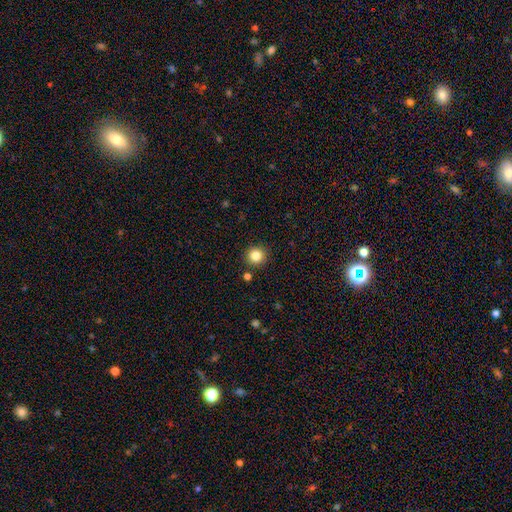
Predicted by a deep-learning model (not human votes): A smooth galaxy with no disk features (83%) that is round (94%).

Vote fractions:
- Smooth or featured? smooth: 83% / star or artifact: 12% / featured or disk: 5%
- How rounded? round: 94% / in between: 5% / cigar-shaped: 1%
- Merging? none: 90% / minor disturbance: 6% / merger: 3% / major disturbance: 2%